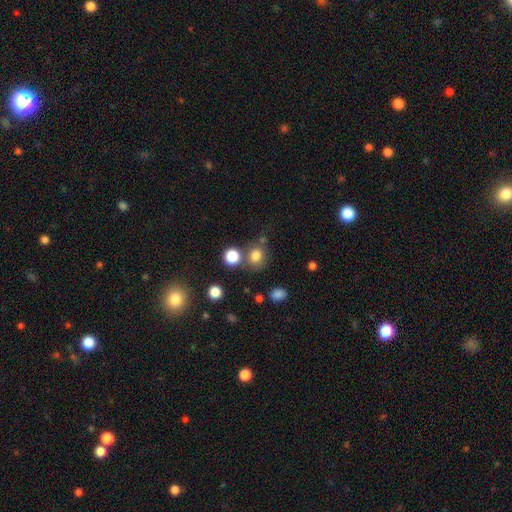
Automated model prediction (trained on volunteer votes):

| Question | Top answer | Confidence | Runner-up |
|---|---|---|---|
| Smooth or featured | smooth | 78% | star or artifact (15%) |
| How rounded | round | 73% | in between (26%) |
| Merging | none | 65% | merger (17%) |